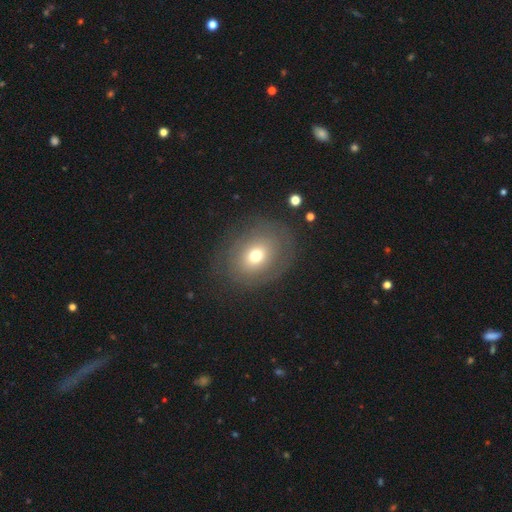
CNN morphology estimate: A smooth galaxy with no disk features (58%) that is round (54%). Merging: none (77%).